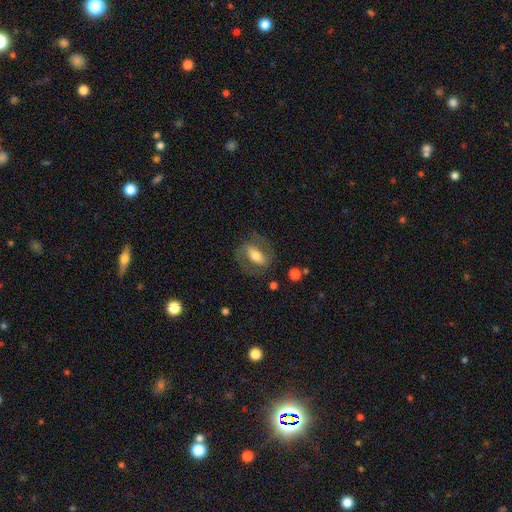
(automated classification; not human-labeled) Smooth or featured? Predicted: featured or disk (p=0.53). Edge-on disk? Predicted: no (p=0.86). Merging? Predicted: none (p=0.70).